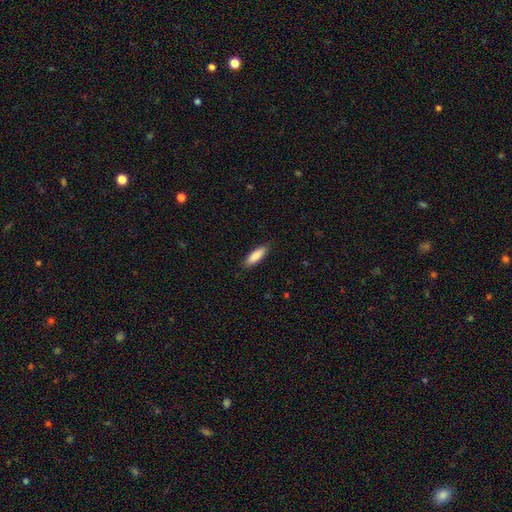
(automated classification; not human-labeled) Smooth or featured?
  - smooth: 88% *
  - featured or disk: 7%
  - star or artifact: 6%
How rounded?
  - in between: 51% *
  - cigar-shaped: 48%
  - round: 1%
Merging?
  - none: 88% *
  - minor disturbance: 9%
  - major disturbance: 2%
  - merger: 1%